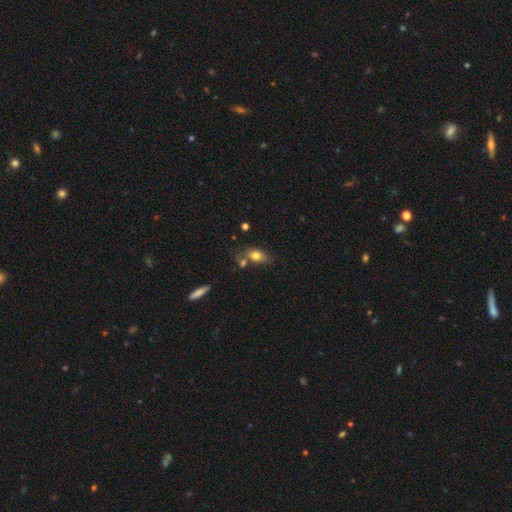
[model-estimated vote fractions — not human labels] A smooth galaxy with no disk features (76%) that is in between round and cigar-shaped (81%).

Vote fractions:
- Smooth or featured? smooth: 76% / featured or disk: 15% / star or artifact: 8%
- How rounded? in between: 81% / round: 12% / cigar-shaped: 7%
- Merging? none: 54% / merger: 21% / minor disturbance: 19% / major disturbance: 7%